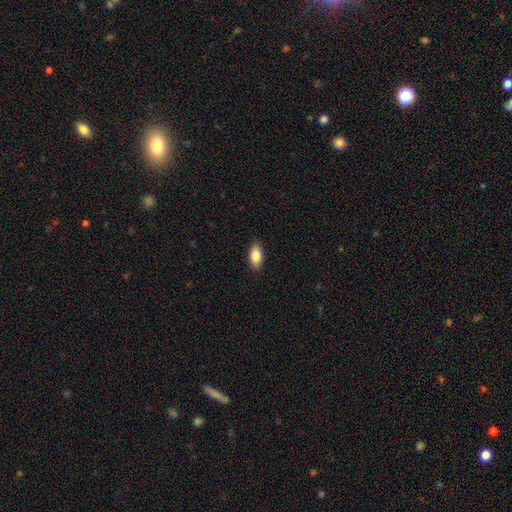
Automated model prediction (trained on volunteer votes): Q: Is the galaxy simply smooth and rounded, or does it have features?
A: smooth — 86%.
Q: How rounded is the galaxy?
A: in between — 90%.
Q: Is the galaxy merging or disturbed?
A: none — 89%.